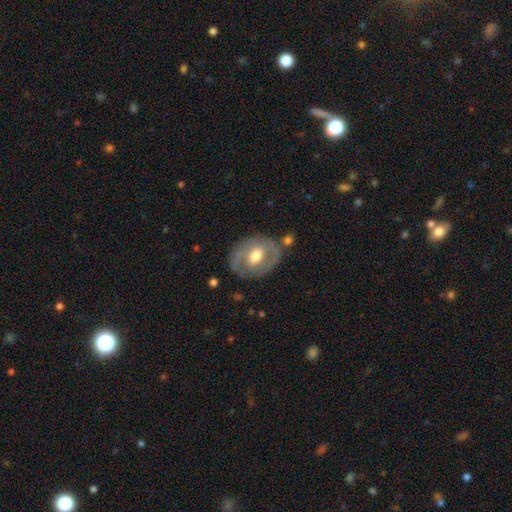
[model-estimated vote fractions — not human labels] Smooth or featured?
  - featured or disk: 60% *
  - smooth: 35%
  - star or artifact: 6%
Edge-on disk?
  - no: 95% *
  - yes: 5%
Bar?
  - no: 46% *
  - weak: 39%
  - strong: 15%
Spiral arms?
  - no: 53% *
  - yes: 47%
Bulge size?
  - moderate: 72% *
  - large: 16%
  - small: 10%
  - dominant: 1%
  - none: 1%
Merging?
  - none: 74% *
  - minor disturbance: 16%
  - major disturbance: 6%
  - merger: 4%